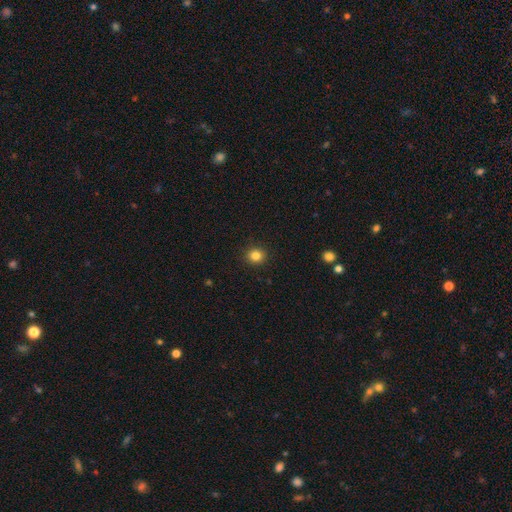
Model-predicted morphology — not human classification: smooth-or-featured: smooth: 83% | star or artifact: 12% | featured or disk: 5%
  how-rounded: round: 89% | in between: 10% | cigar-shaped: 1%
  merging: none: 92% | minor disturbance: 5% | major disturbance: 2% | merger: 1%